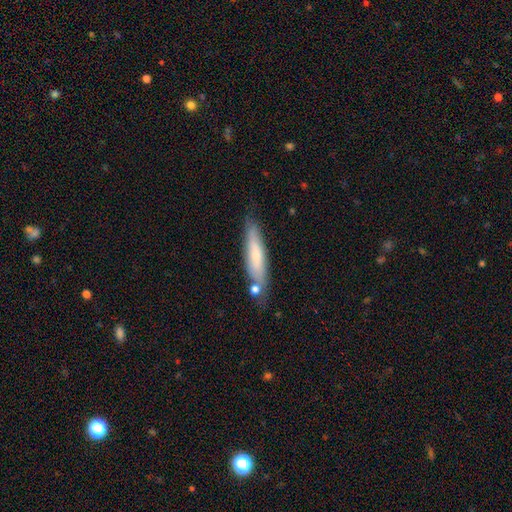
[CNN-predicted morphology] smooth_or_featured: smooth (p=0.64) [alt: featured or disk p=0.30]
how_rounded: cigar-shaped (p=0.82) [alt: in between p=0.17]
merging: none (p=0.69) [alt: minor disturbance p=0.17]